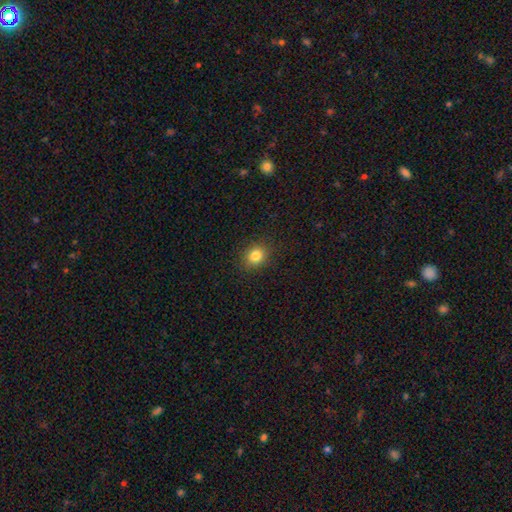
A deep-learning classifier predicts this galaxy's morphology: Smooth or featured? Predicted: smooth (p=0.83). How rounded? Predicted: round (p=0.61). Merging? Predicted: none (p=0.88).